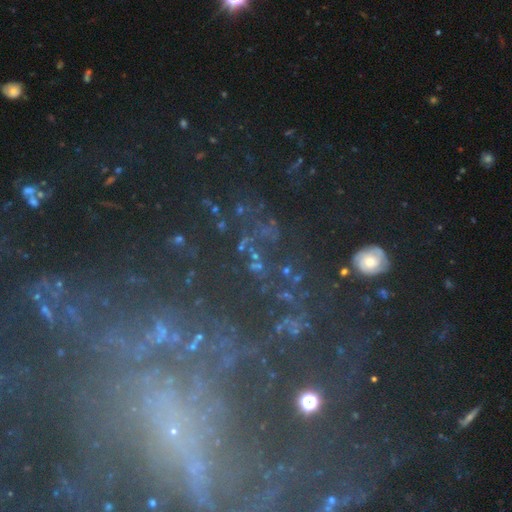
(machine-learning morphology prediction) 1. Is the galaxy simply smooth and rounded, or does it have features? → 52% featured or disk, 33% star or artifact, 15% smooth.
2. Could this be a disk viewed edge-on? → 93% no, 7% yes.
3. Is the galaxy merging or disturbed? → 63% none, 17% major disturbance, 16% minor disturbance, 5% merger.